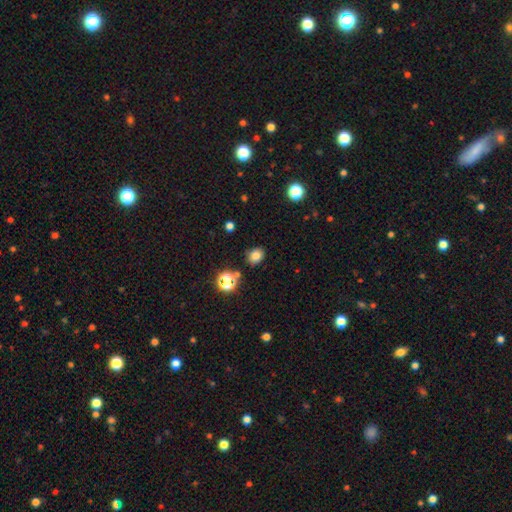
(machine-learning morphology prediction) Smooth or featured? smooth (79%)
How rounded? round (53%)
Merging? none (83%)